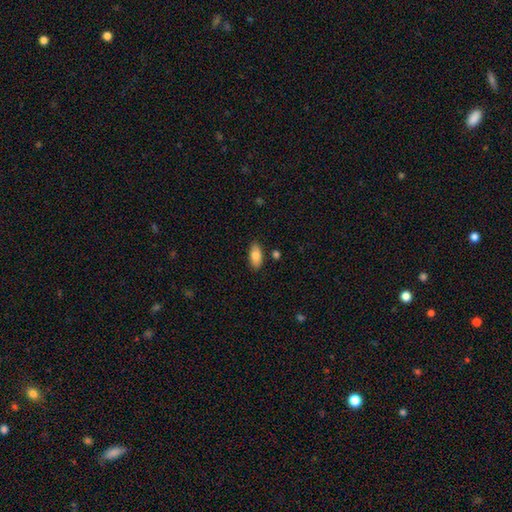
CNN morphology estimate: smooth_or_featured: smooth (p=0.86) [alt: featured or disk p=0.07]
how_rounded: in between (p=0.90) [alt: cigar-shaped p=0.08]
merging: none (p=0.84) [alt: minor disturbance p=0.10]